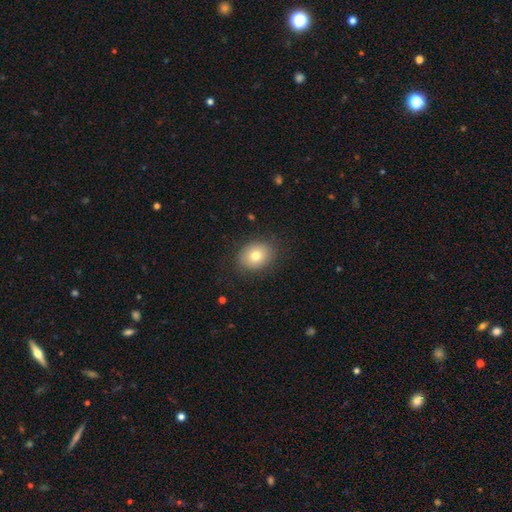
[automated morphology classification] smooth_or_featured: smooth (p=0.77) [alt: featured or disk p=0.12]
how_rounded: round (p=0.55) [alt: in between p=0.44]
merging: none (p=0.84) [alt: minor disturbance p=0.11]